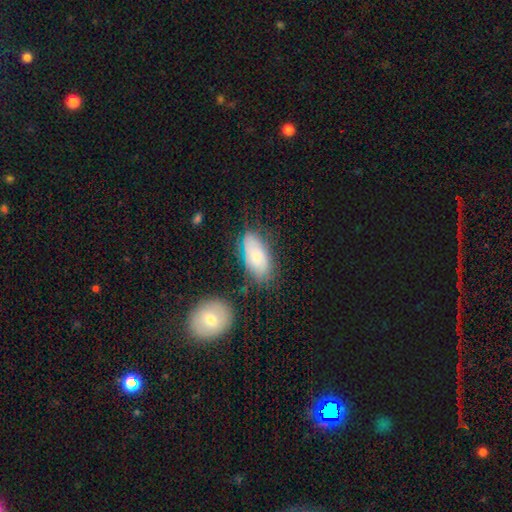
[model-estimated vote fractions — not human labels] A smooth galaxy with no disk features (67%) that is in between round and cigar-shaped (92%). Merging: none (66%).